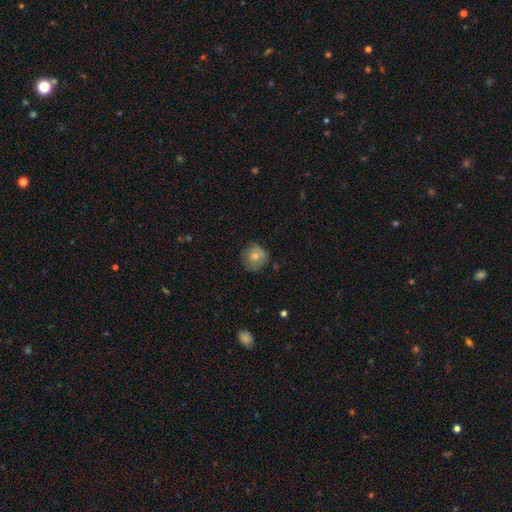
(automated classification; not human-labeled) Smooth or featured? smooth (71%)
How rounded? round (86%)
Merging? none (66%)